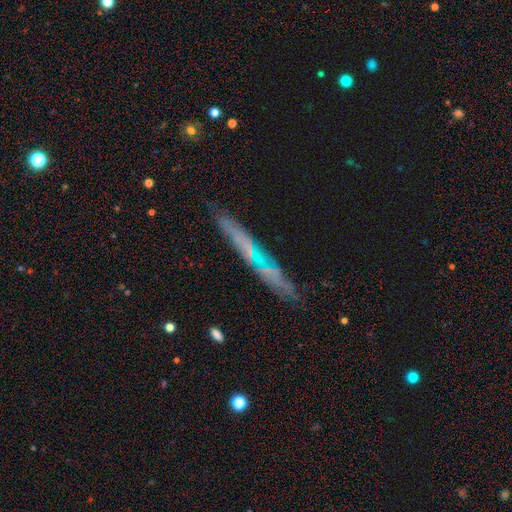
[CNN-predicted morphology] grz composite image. It shows a featured or disk galaxy (53%) viewed edge-on (82%). Merging: none (80%).